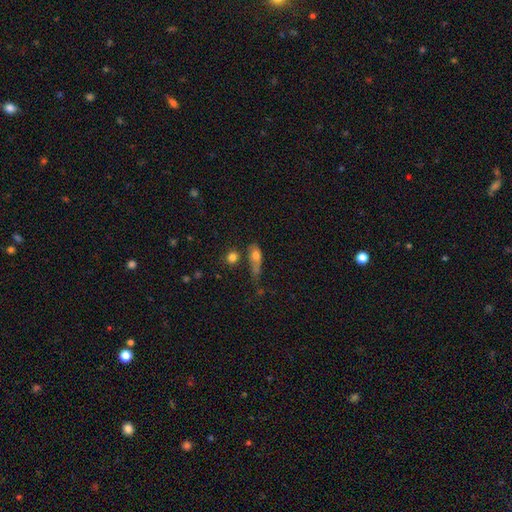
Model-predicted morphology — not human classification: This is likely a smooth galaxy (73%). How rounded: likely in between (64%). Merging: marginally none (33%).